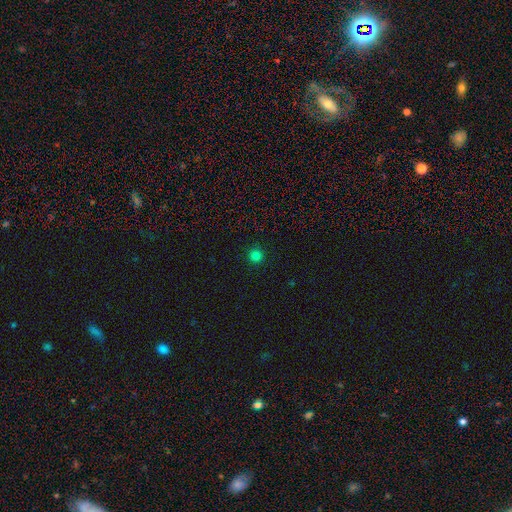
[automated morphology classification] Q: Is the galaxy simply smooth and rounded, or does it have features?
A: smooth — 81%.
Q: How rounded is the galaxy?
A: round — 96%.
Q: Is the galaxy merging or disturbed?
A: none — 93%.